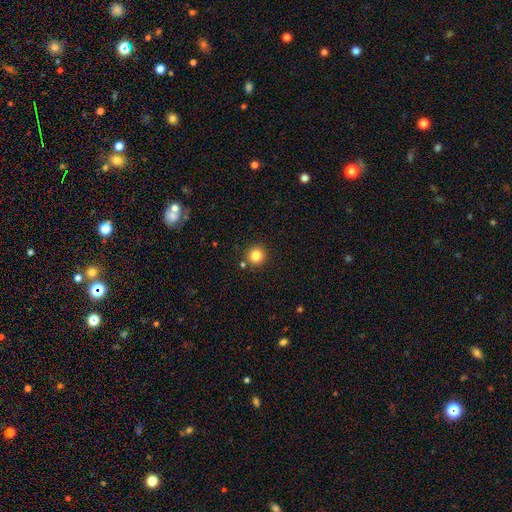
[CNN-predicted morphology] smooth-or-featured: smooth: 83% | star or artifact: 12% | featured or disk: 5%
  how-rounded: round: 94% | in between: 5% | cigar-shaped: 1%
  merging: none: 86% | minor disturbance: 7% | merger: 5% | major disturbance: 2%